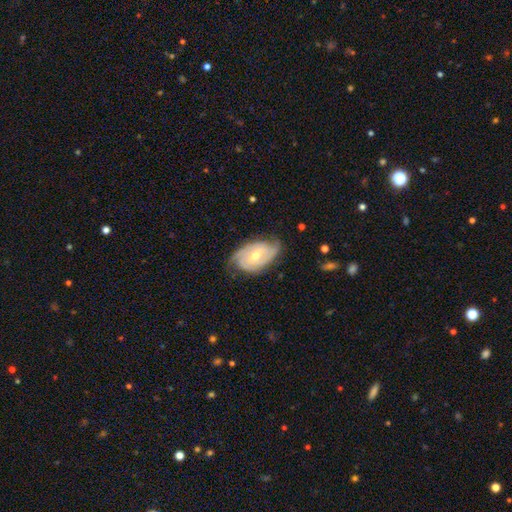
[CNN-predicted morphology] Smooth or featured?
  - featured or disk: 75% *
  - smooth: 19%
  - star or artifact: 5%
Edge-on disk?
  - no: 95% *
  - yes: 5%
Bar?
  - no: 50% *
  - weak: 39%
  - strong: 11%
Spiral arms?
  - yes: 89% *
  - no: 11%
Spiral winding?
  - tight: 52% *
  - medium: 34%
  - loose: 14%
Spiral arm count?
  - 2: 54% *
  - can't tell: 24%
  - 3: 13%
  - 1: 5%
  - 4: 3%
  - more than 4: 2%
Bulge size?
  - moderate: 65% *
  - small: 31%
  - large: 2%
  - none: 1%
  - dominant: 1%
Merging?
  - none: 67% *
  - minor disturbance: 25%
  - major disturbance: 7%
  - merger: 1%